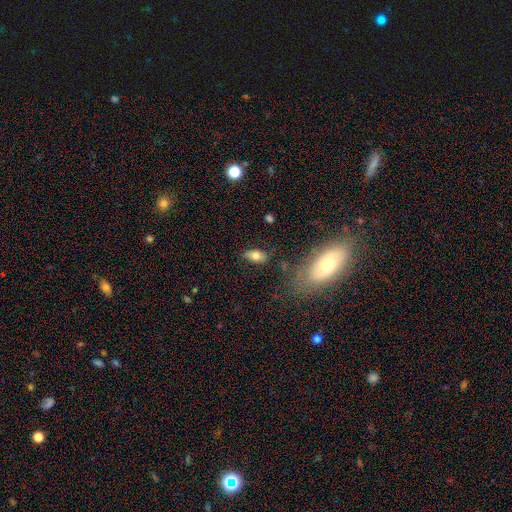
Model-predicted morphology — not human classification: Q: Smooth or featured?
A: smooth (72%); runner-up: featured or disk (20%)
Q: How rounded?
A: in between (87%); runner-up: cigar-shaped (7%)
Q: Merging?
A: none (74%); runner-up: minor disturbance (17%)